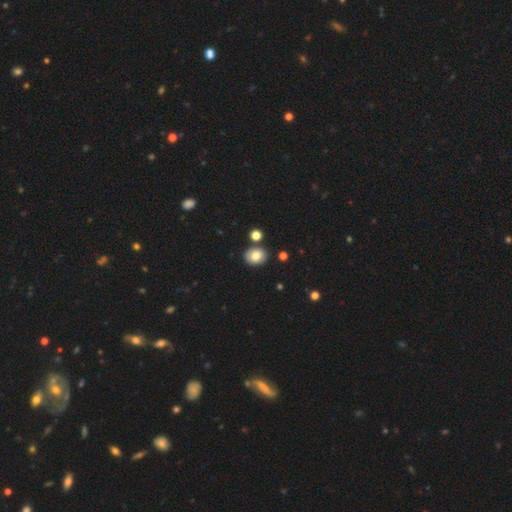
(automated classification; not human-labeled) A smooth galaxy with no disk features (80%) that is in between round and cigar-shaped (58%). Merging: none (81%).